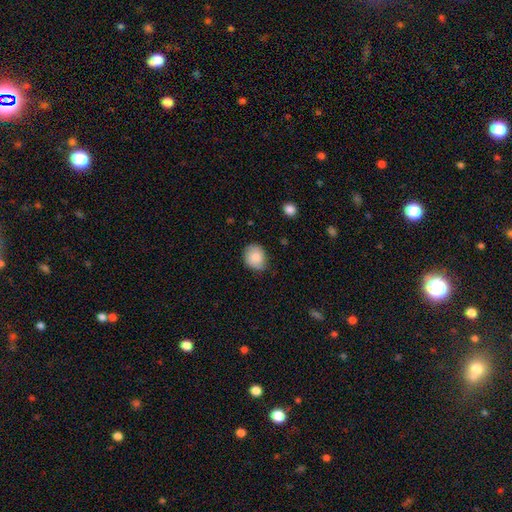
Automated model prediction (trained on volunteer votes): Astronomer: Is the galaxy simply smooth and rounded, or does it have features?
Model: smooth — 85%.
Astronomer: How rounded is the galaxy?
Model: round — 60% (runner-up: in between, 39%).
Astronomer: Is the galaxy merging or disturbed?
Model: none — 74%.